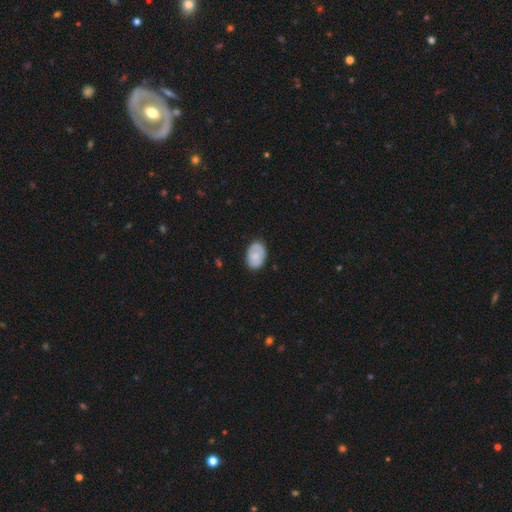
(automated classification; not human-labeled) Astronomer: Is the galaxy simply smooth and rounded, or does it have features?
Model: smooth — 68%.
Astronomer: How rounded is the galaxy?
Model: in between — 83%.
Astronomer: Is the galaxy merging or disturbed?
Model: none — 80%.